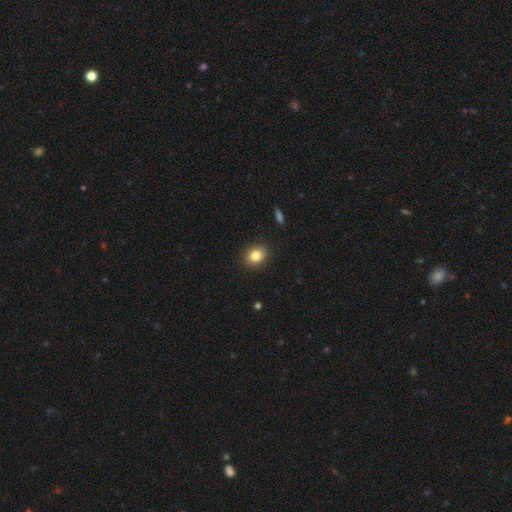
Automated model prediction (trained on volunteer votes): This appears to be a smooth galaxy with no disk features (83%) that is round (56%). Merging: none (90%).